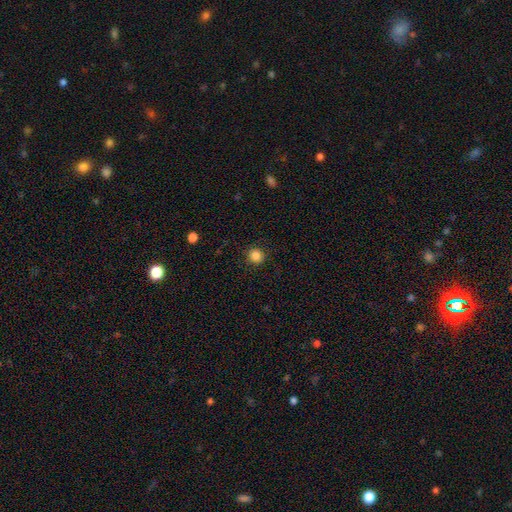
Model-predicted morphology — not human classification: This appears to be a smooth galaxy with no disk features (85%) that is round (92%). Merging: none (90%).